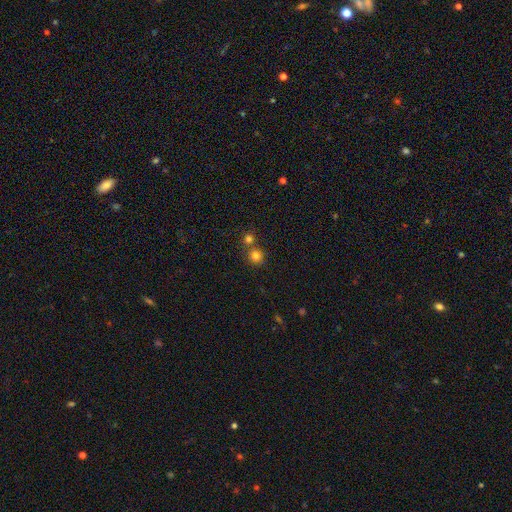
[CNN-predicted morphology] type=smooth (79%); roundness=round (90%); merging=none (61%).